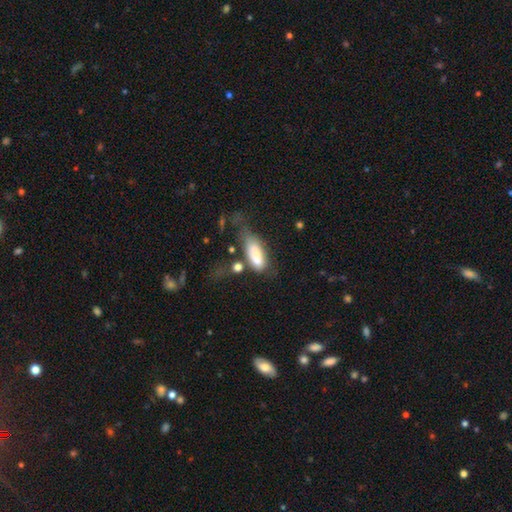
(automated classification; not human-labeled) Smooth or featured? Predicted: smooth (p=0.73). How rounded? Predicted: in between (p=0.79). Merging? Predicted: major disturbance (p=0.30).